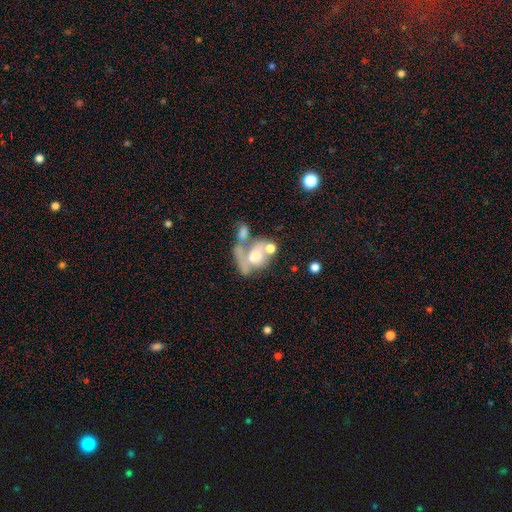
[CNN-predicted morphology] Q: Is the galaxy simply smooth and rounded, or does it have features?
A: featured or disk — 46%.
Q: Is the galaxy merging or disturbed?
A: merger — 48%.